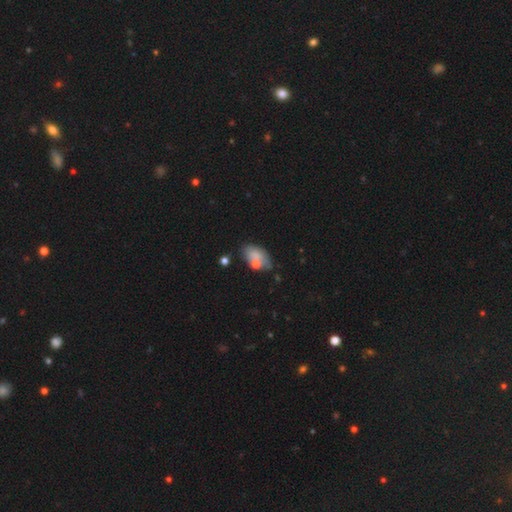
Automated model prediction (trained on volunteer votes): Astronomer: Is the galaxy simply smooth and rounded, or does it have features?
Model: smooth — 65%.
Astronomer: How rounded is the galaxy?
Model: in between — 89%.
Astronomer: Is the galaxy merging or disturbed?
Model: none — 51%.